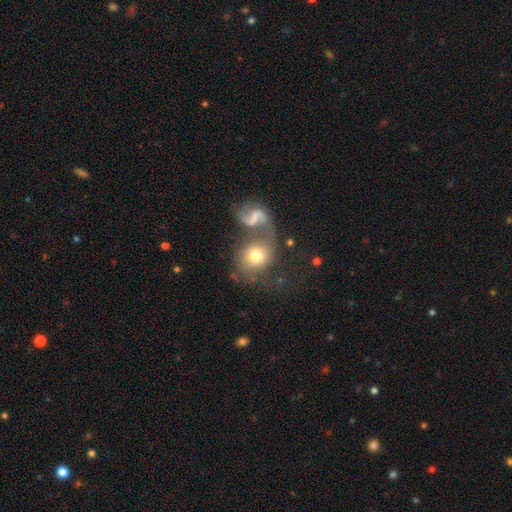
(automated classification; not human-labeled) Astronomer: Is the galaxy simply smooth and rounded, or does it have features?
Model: smooth — 60%.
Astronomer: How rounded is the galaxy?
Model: round — 72%.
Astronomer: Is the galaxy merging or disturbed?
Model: merger — 45% (runner-up: none, 34%).